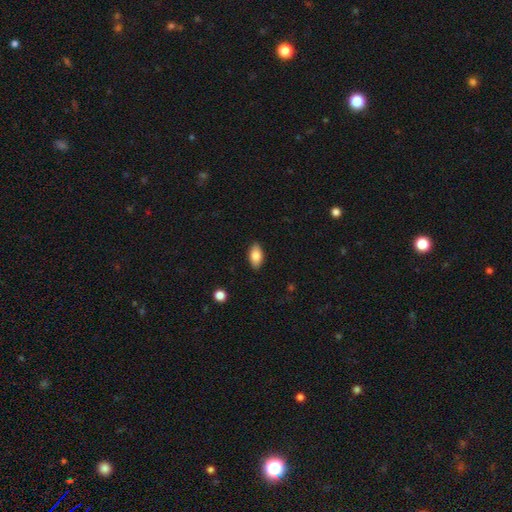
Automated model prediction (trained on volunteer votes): A smooth galaxy with no disk features (82%) that is in between round and cigar-shaped (92%).

Vote fractions:
- Smooth or featured? smooth: 82% / featured or disk: 11% / star or artifact: 7%
- How rounded? in between: 92% / cigar-shaped: 4% / round: 3%
- Merging? none: 88% / minor disturbance: 9% / major disturbance: 2% / merger: 1%